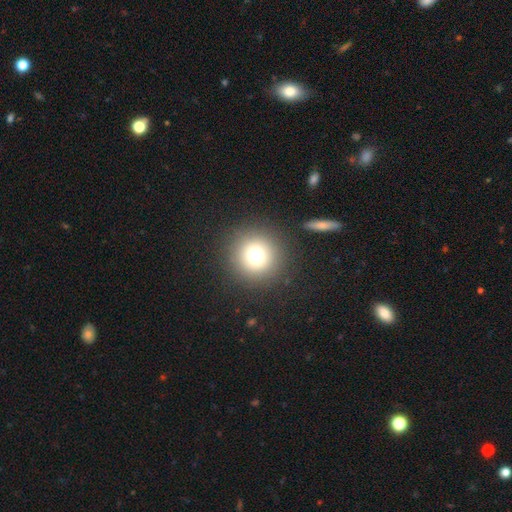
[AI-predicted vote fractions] Q: Smooth or featured?
A: smooth (73%); runner-up: star or artifact (16%)
Q: How rounded?
A: round (95%); runner-up: in between (4%)
Q: Merging?
A: none (89%); runner-up: minor disturbance (6%)